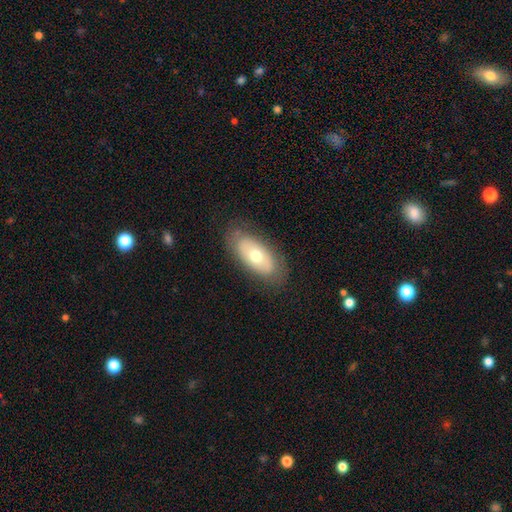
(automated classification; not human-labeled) Morphology: type=smooth (55%); roundness=in between (90%); merging=none (81%).